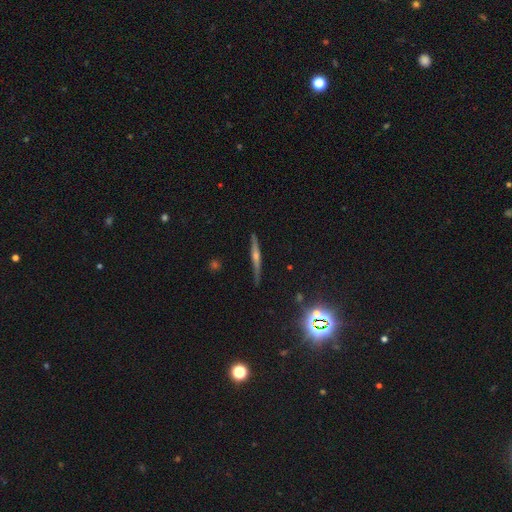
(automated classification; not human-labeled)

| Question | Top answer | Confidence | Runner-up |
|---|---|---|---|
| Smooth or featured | featured or disk | 69% | smooth (18%) |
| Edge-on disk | yes | 97% | no (3%) |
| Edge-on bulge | rounded | 78% | none (14%) |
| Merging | none | 88% | minor disturbance (9%) |